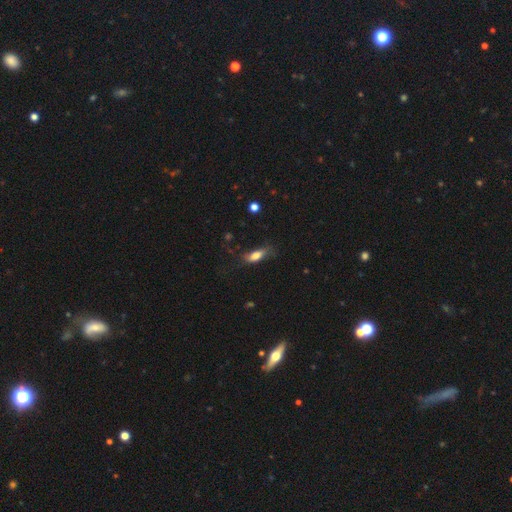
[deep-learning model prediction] Q: Smooth or featured?
A: smooth (73%); runner-up: featured or disk (19%)
Q: How rounded?
A: in between (67%); runner-up: cigar-shaped (30%)
Q: Merging?
A: none (53%); runner-up: minor disturbance (28%)